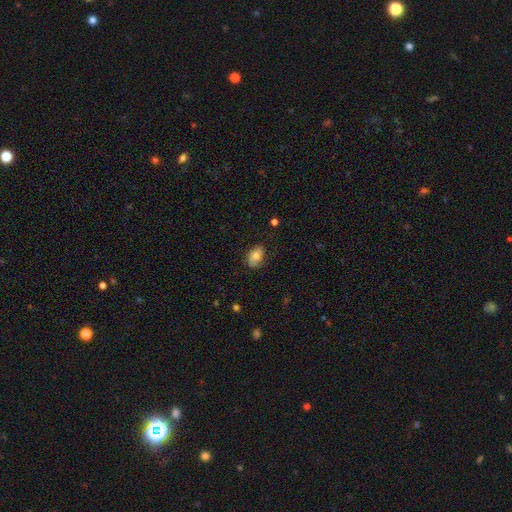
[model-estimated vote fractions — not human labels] Smooth or featured? Predicted: smooth (p=0.69). How rounded? Predicted: in between (p=0.81). Merging? Predicted: none (p=0.65).